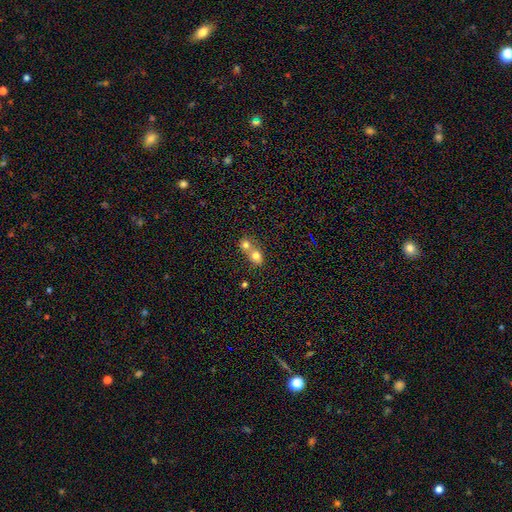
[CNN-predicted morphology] smooth_or_featured: smooth (p=0.74) [alt: featured or disk p=0.15]
how_rounded: round (p=0.65) [alt: in between p=0.33]
merging: merger (p=0.70) [alt: none p=0.23]